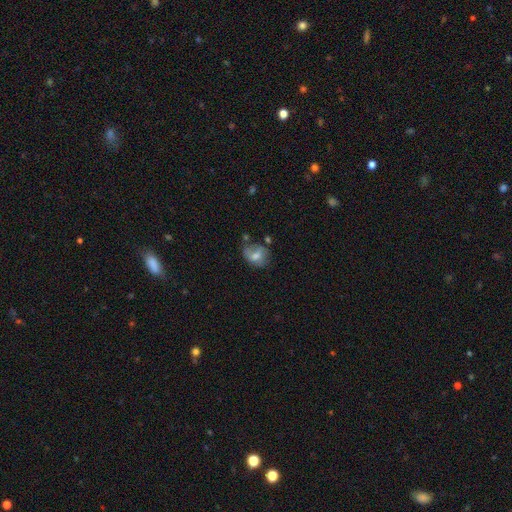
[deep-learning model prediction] This appears to be a smooth galaxy with no disk features (59%) that is in between round and cigar-shaped (58%). Merging: none (44%).